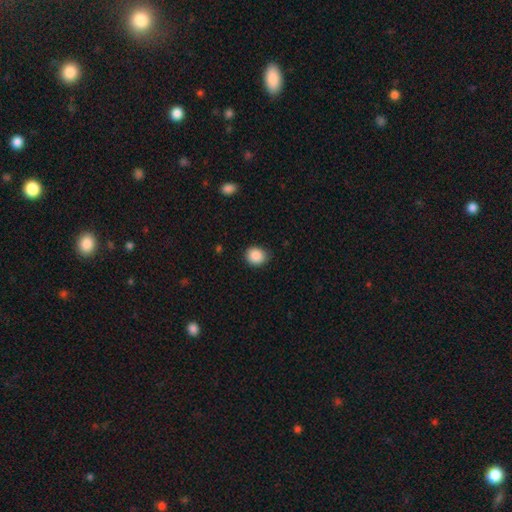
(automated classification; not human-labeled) This is clearly a smooth galaxy (88%). How rounded: clearly round (80%). Merging: clearly none (83%).